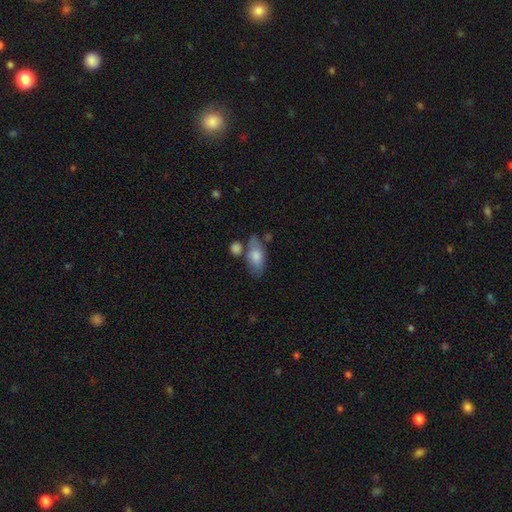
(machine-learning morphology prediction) A smooth galaxy with no disk features (75%) that is in between round and cigar-shaped (86%).

Vote fractions:
- Smooth or featured? smooth: 75% / featured or disk: 18% / star or artifact: 6%
- How rounded? in between: 86% / cigar-shaped: 9% / round: 5%
- Merging? none: 57% / minor disturbance: 19% / merger: 17% / major disturbance: 7%